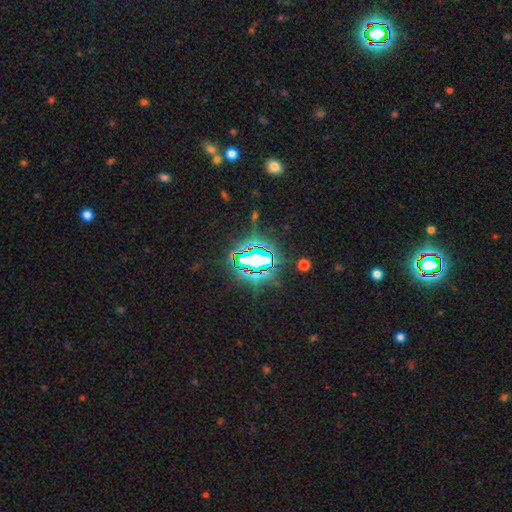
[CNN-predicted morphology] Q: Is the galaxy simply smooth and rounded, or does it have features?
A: star or artifact — 76%.